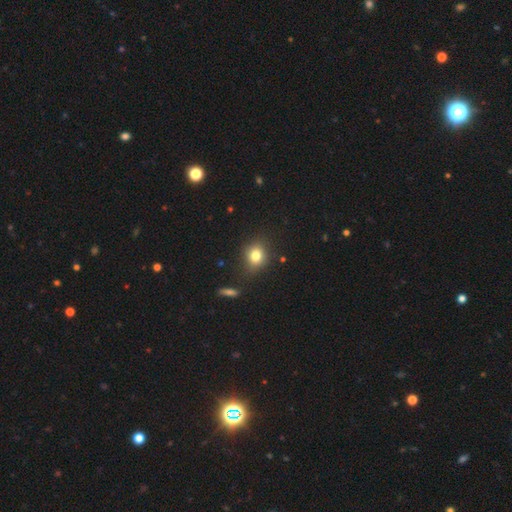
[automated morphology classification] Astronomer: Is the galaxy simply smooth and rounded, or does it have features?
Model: smooth — 79%.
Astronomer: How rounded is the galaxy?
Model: round — 68%.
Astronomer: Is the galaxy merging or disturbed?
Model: none — 82%.